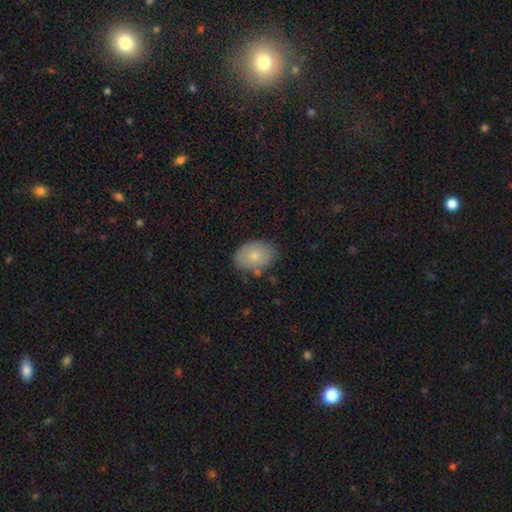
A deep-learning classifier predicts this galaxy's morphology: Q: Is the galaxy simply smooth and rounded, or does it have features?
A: smooth — 79%.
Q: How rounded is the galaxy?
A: in between — 82%.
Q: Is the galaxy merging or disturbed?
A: none — 77%.